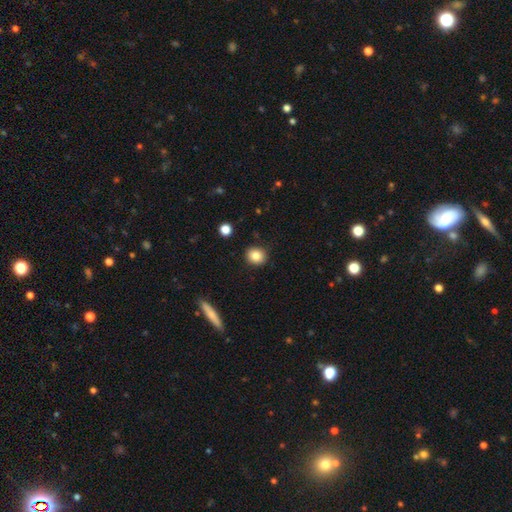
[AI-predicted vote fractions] Smooth or featured? smooth (83%)
How rounded? round (80%)
Merging? none (90%)